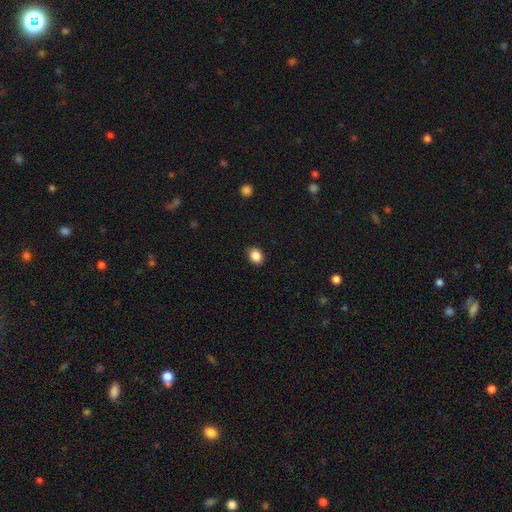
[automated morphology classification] A smooth galaxy with no disk features (87%) that is in between round and cigar-shaped (52%). Merging: none (89%).